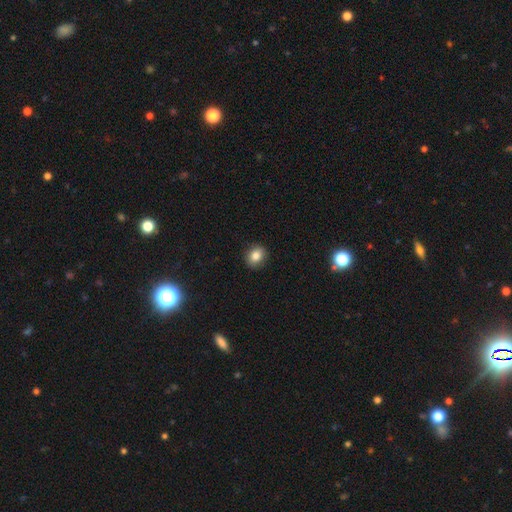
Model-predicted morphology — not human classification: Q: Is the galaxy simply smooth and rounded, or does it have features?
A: smooth — 83%.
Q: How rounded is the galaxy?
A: round — 61%.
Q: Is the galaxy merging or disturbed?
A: none — 89%.